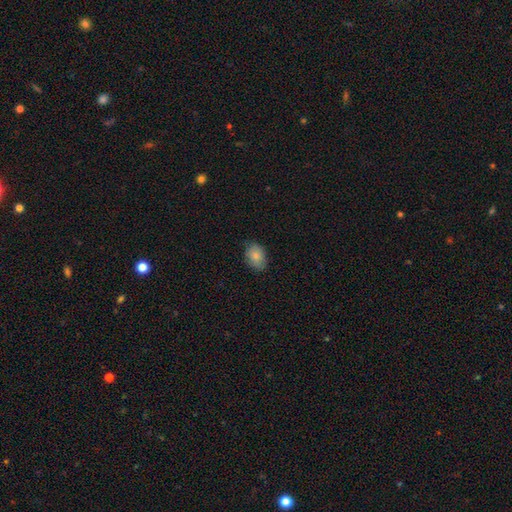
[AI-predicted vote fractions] A smooth galaxy with no disk features (85%) that is in between round and cigar-shaped (78%). Merging: none (79%).